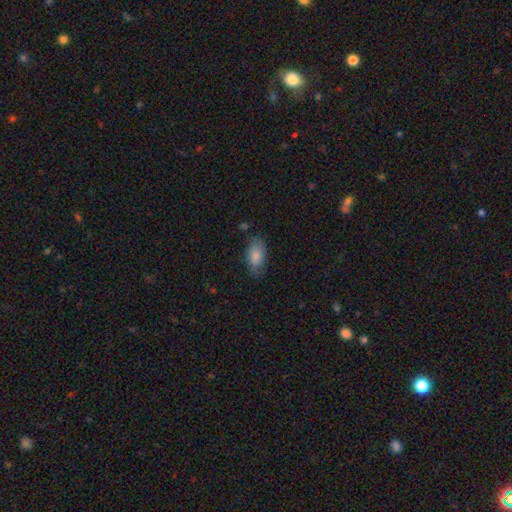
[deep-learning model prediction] This appears to be a smooth galaxy with no disk features (85%) that is in between round and cigar-shaped (92%). Merging: none (71%).